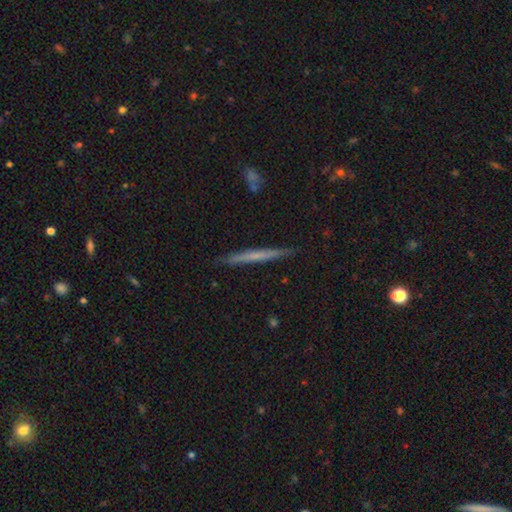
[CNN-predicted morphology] Smooth or featured? smooth (48%)
Merging? none (90%)